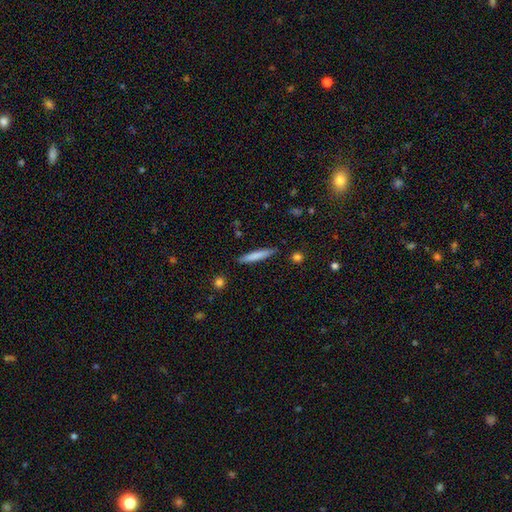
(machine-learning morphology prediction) smooth_or_featured: smooth (p=0.74) [alt: featured or disk p=0.20]
how_rounded: cigar-shaped (p=0.94) [alt: in between p=0.05]
merging: none (p=0.87) [alt: minor disturbance p=0.09]